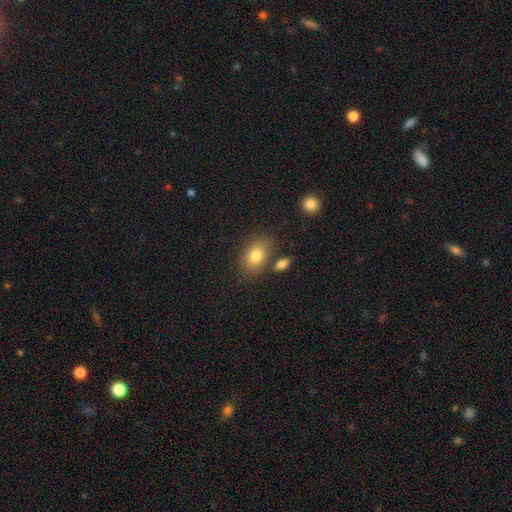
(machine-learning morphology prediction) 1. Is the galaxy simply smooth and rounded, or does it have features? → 82% smooth, 10% featured or disk, 8% star or artifact.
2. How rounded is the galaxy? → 83% in between, 16% round, 2% cigar-shaped.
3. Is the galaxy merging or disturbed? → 73% none, 13% minor disturbance, 10% merger, 4% major disturbance.